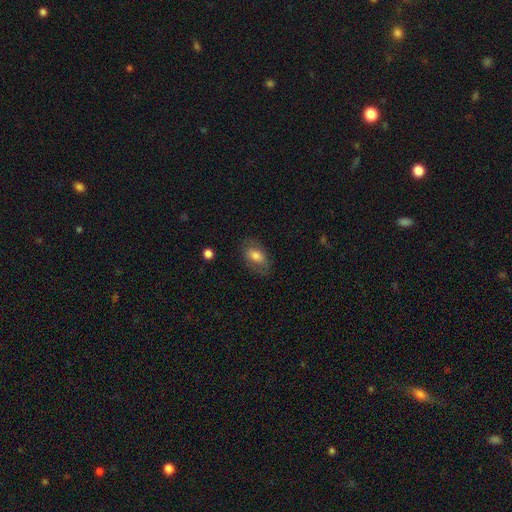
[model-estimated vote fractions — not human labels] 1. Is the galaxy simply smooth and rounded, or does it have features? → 69% smooth, 23% featured or disk, 8% star or artifact.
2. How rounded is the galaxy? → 89% in between, 8% round, 2% cigar-shaped.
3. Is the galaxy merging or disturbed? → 75% none, 17% minor disturbance, 7% major disturbance, 1% merger.